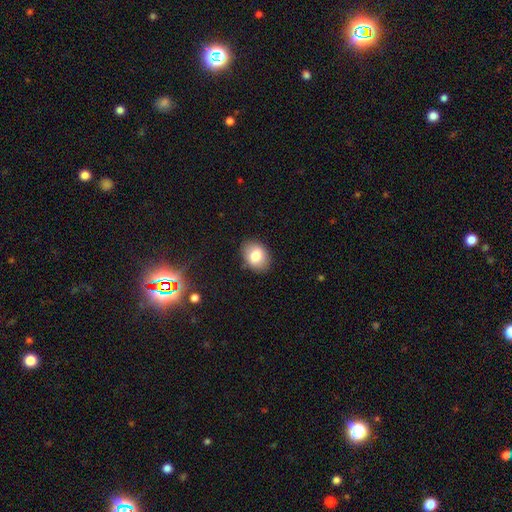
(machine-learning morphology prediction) type=smooth (79%); roundness=in between (70%); merging=none (87%).